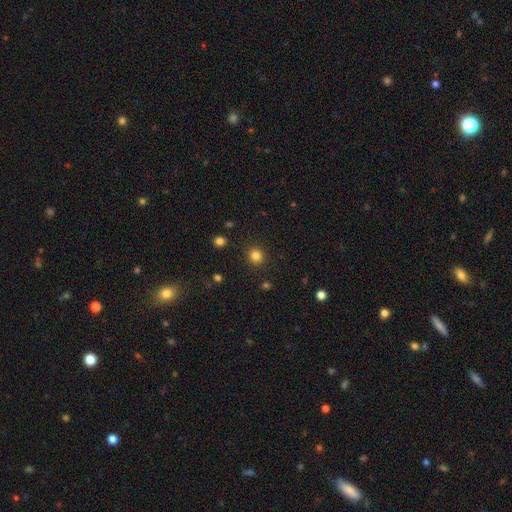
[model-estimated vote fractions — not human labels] smooth-or-featured: smooth: 83% | star or artifact: 13% | featured or disk: 4%
  how-rounded: round: 89% | in between: 10% | cigar-shaped: 1%
  merging: none: 90% | minor disturbance: 6% | major disturbance: 2% | merger: 1%